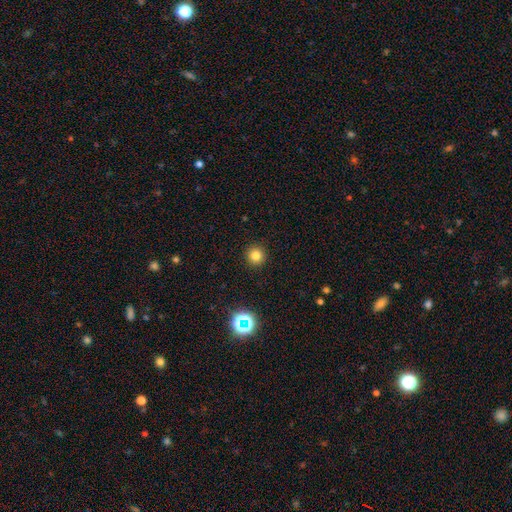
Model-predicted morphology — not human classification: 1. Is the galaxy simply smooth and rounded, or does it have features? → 79% smooth, 15% star or artifact, 5% featured or disk.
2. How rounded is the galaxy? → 95% round, 4% in between, 1% cigar-shaped.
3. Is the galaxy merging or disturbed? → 93% none, 4% minor disturbance, 2% major disturbance, 1% merger.